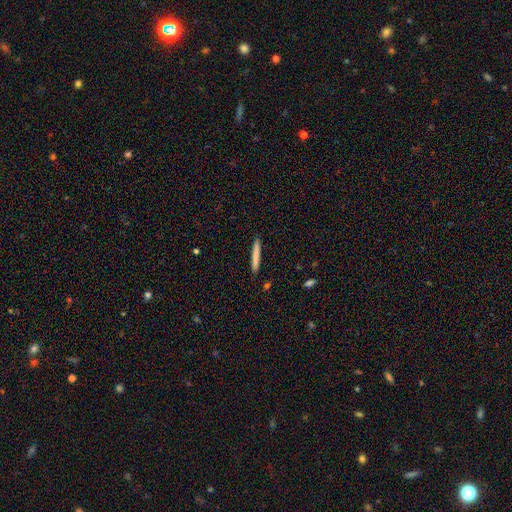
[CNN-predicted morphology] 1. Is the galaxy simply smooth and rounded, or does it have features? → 78% smooth, 16% featured or disk, 6% star or artifact.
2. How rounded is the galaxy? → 96% cigar-shaped, 3% in between, 1% round.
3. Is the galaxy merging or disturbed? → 92% none, 5% minor disturbance, 1% major disturbance, 1% merger.